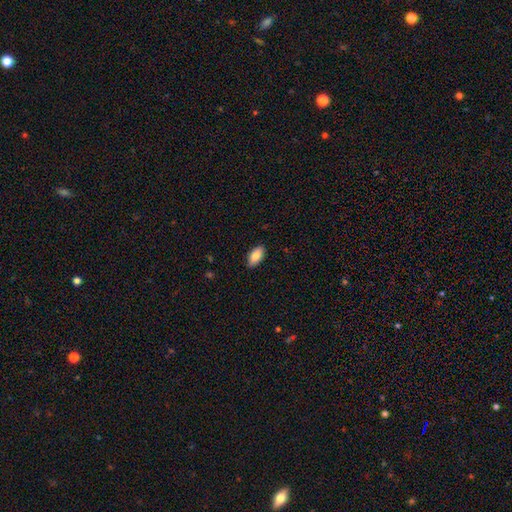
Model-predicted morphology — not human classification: Smooth or featured? smooth (84%)
How rounded? in between (92%)
Merging? none (88%)